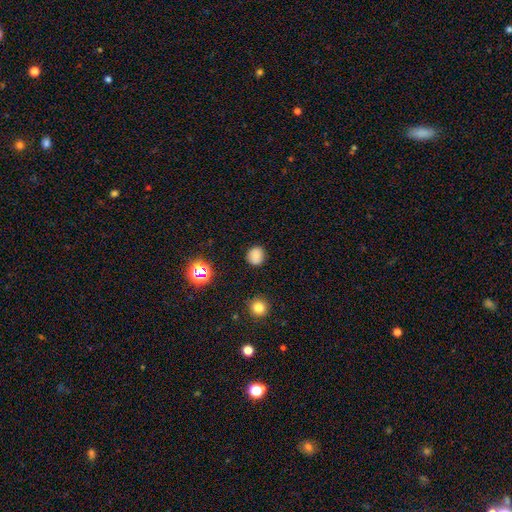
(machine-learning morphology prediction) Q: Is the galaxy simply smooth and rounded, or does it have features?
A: smooth — 80%.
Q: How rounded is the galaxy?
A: round — 87%.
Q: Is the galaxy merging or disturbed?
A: none — 86%.